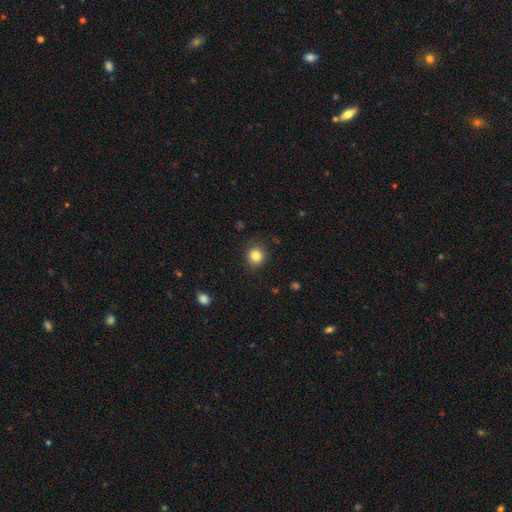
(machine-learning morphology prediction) This appears to be a smooth galaxy with no disk features (84%) that is round (87%). Merging: none (88%).